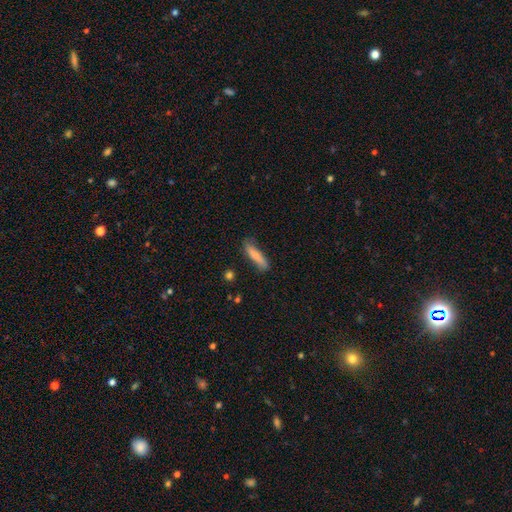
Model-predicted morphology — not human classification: Smooth or featured? smooth (79%)
How rounded? cigar-shaped (81%)
Merging? none (71%)